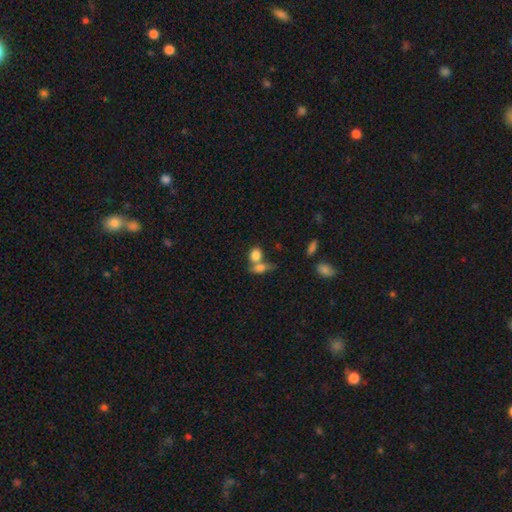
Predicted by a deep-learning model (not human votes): smooth 80%, featured or disk 11%, star or artifact 9%. Down the decision tree: how rounded — in between (57%); merging — merger (50%).